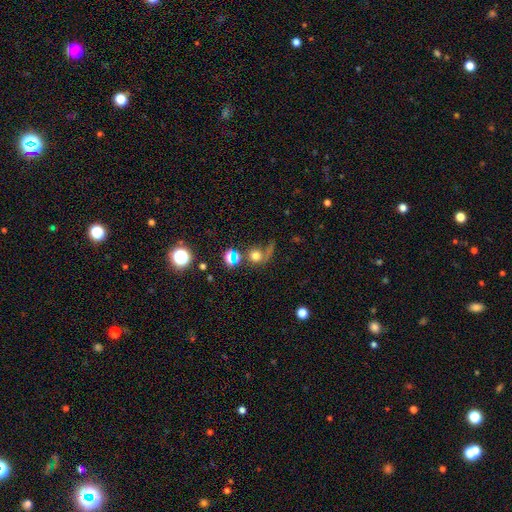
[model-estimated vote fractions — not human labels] Smooth or featured? Predicted: smooth (p=0.61). How rounded? Predicted: round (p=0.83). Merging? Predicted: none (p=0.41).